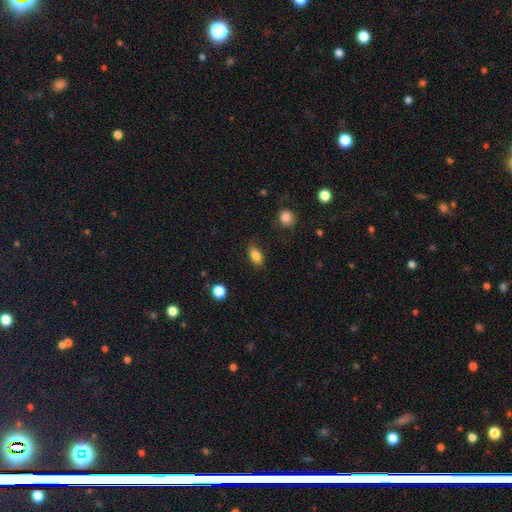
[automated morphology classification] smooth-or-featured: smooth: 85% | star or artifact: 9% | featured or disk: 6%
  how-rounded: in between: 87% | round: 9% | cigar-shaped: 4%
  merging: none: 82% | minor disturbance: 14% | major disturbance: 3% | merger: 2%